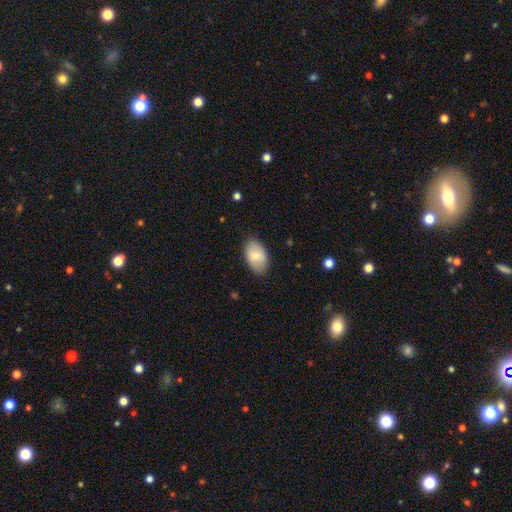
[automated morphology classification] This is likely a smooth galaxy (73%). How rounded: clearly in between (91%). Merging: clearly none (82%).